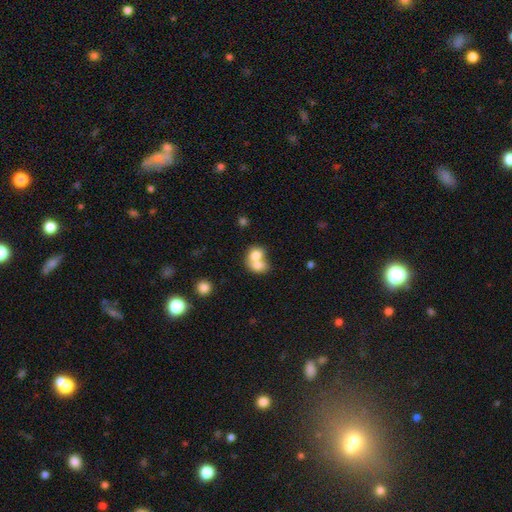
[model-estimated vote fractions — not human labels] A smooth galaxy with no disk features (73%) that is in between round and cigar-shaped (50%).

Vote fractions:
- Smooth or featured? smooth: 73% / featured or disk: 19% / star or artifact: 8%
- How rounded? in between: 50% / round: 49% / cigar-shaped: 1%
- Merging? merger: 75% / none: 17% / minor disturbance: 5% / major disturbance: 3%